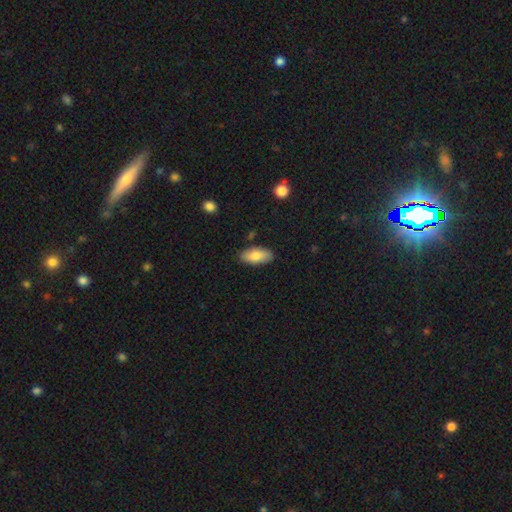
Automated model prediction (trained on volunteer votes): A smooth galaxy with no disk features (81%) that is in between round and cigar-shaped (89%). Merging: none (85%).